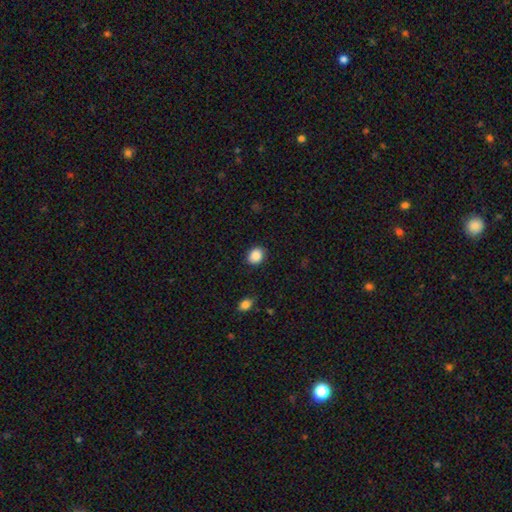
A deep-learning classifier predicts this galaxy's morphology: A smooth galaxy with no disk features (88%) that is round (57%).

Vote fractions:
- Smooth or featured? smooth: 88% / star or artifact: 8% / featured or disk: 3%
- How rounded? round: 57% / in between: 42% / cigar-shaped: 1%
- Merging? none: 87% / minor disturbance: 9% / major disturbance: 3% / merger: 1%